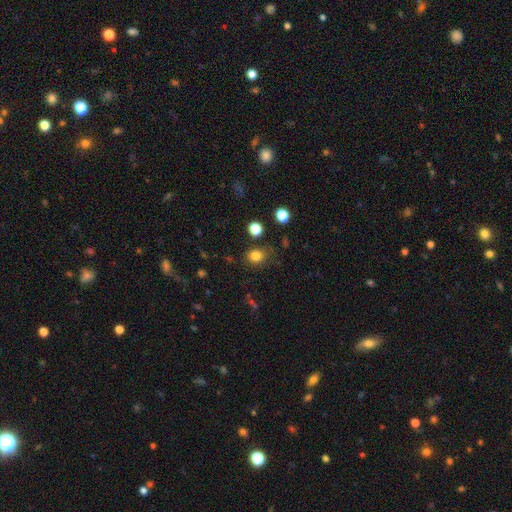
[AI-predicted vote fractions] Smooth or featured? smooth (81%)
How rounded? round (71%)
Merging? none (75%)